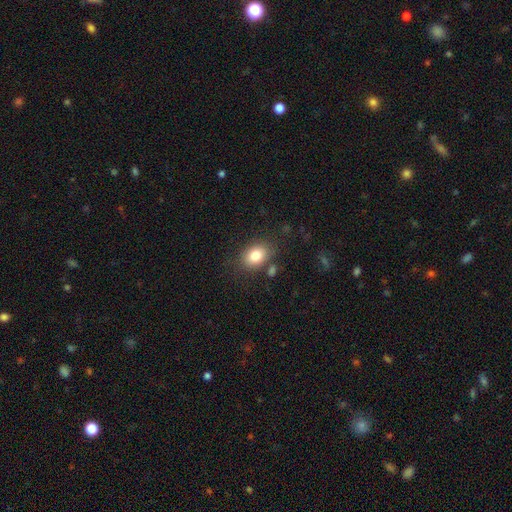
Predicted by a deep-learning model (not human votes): Smooth or featured: smooth — 82% (featured or disk — 9%)
How rounded: in between — 69% (round — 30%)
Merging: none — 77% (minor disturbance — 13%)